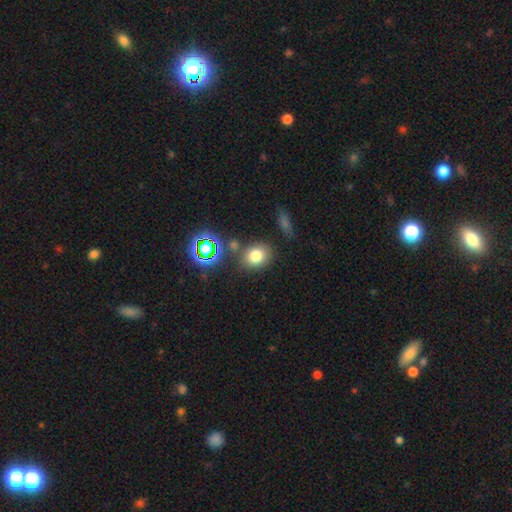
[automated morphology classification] Smooth or featured?
  - smooth: 75% *
  - star or artifact: 16%
  - featured or disk: 9%
How rounded?
  - round: 51% *
  - in between: 47%
  - cigar-shaped: 1%
Merging?
  - none: 74% *
  - minor disturbance: 12%
  - merger: 10%
  - major disturbance: 4%